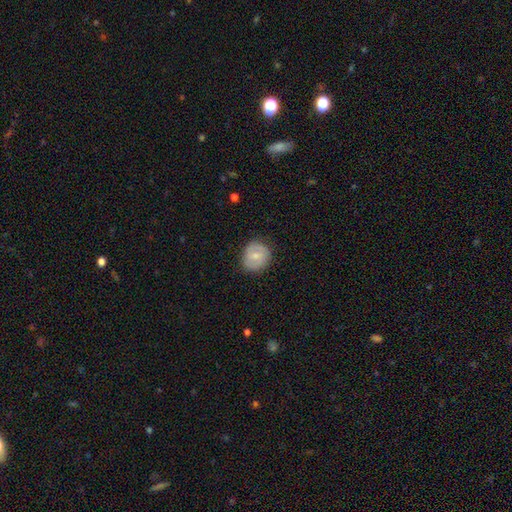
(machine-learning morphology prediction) Smooth or featured: smooth — 60% (featured or disk — 34%)
How rounded: round — 80% (in between — 19%)
Merging: none — 81% (minor disturbance — 15%)